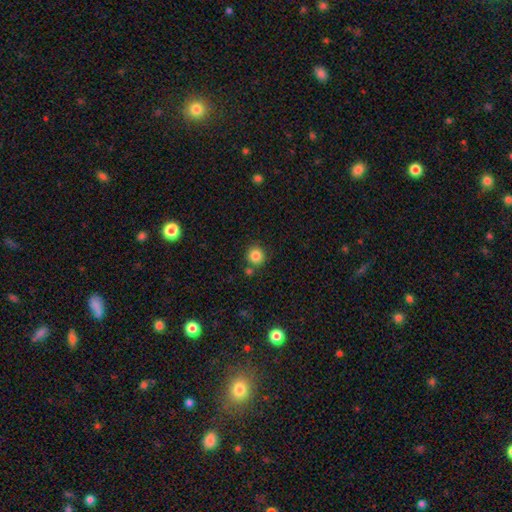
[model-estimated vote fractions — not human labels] Overall: smooth (84%). How rounded: round (92%). Merging: none (77%).